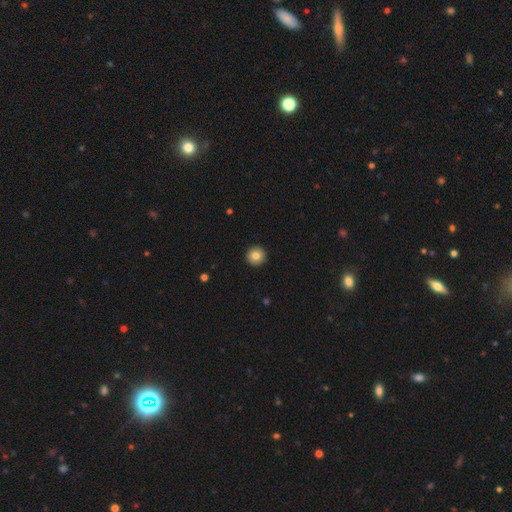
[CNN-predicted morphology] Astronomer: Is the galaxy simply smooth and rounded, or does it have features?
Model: smooth — 83%.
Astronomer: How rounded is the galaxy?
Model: round — 96%.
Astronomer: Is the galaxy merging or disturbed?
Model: none — 93%.